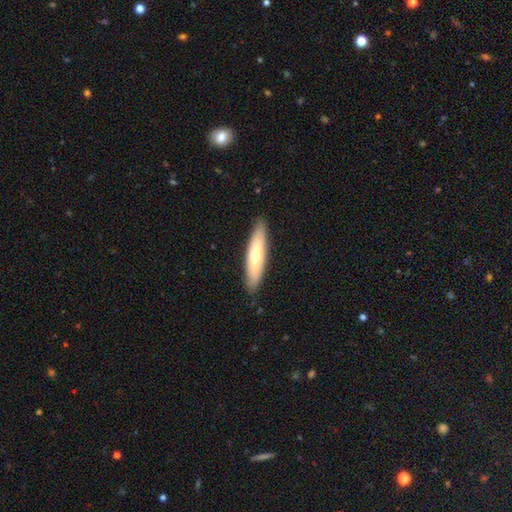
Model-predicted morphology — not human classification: type=smooth (57%); roundness=cigar-shaped (77%); merging=none (89%).